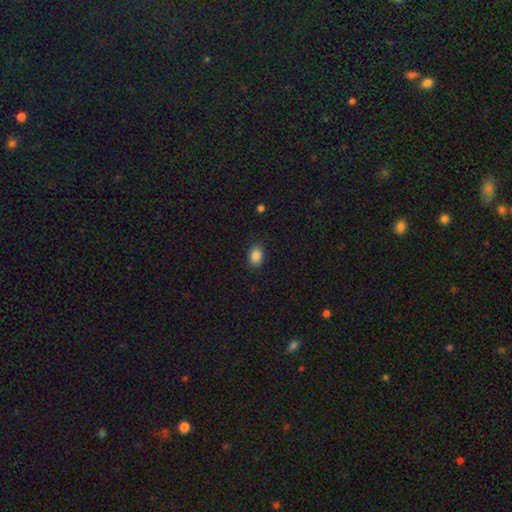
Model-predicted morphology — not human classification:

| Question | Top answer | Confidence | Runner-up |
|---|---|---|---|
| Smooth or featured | smooth | 87% | star or artifact (9%) |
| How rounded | in between | 77% | round (22%) |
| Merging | none | 87% | minor disturbance (10%) |